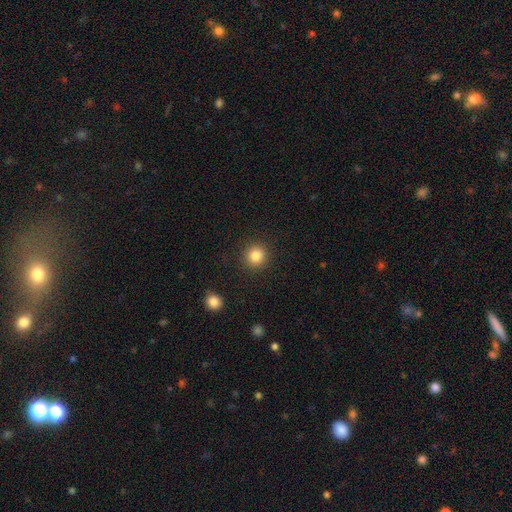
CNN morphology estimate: Smooth or featured? Predicted: smooth (p=0.84). How rounded? Predicted: round (p=0.93). Merging? Predicted: none (p=0.91).